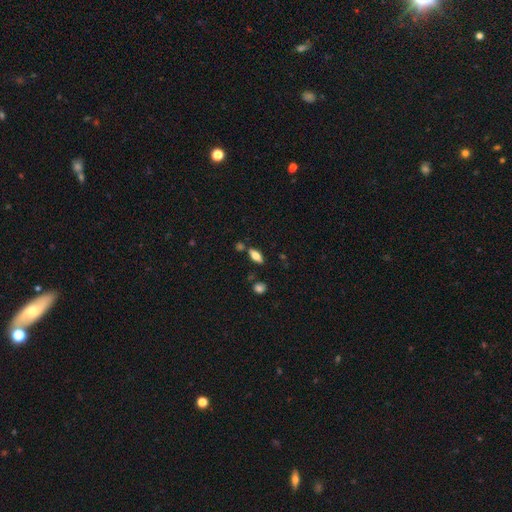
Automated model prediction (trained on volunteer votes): Smooth or featured?
  - smooth: 66% *
  - featured or disk: 26%
  - star or artifact: 8%
How rounded?
  - in between: 78% *
  - cigar-shaped: 19%
  - round: 3%
Merging?
  - none: 77% *
  - minor disturbance: 12%
  - merger: 8%
  - major disturbance: 3%